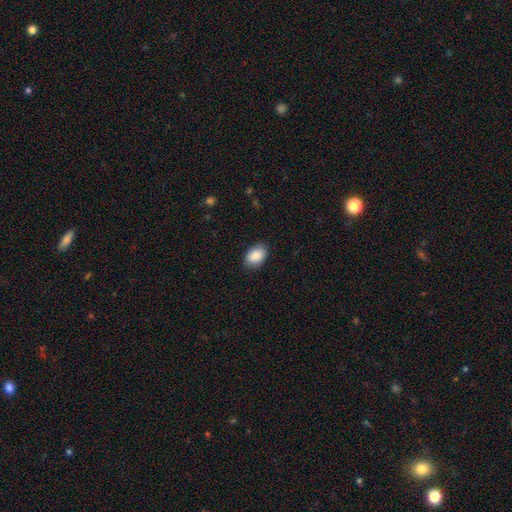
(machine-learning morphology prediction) This appears to be a smooth galaxy with no disk features (89%) that is in between round and cigar-shaped (88%). Merging: none (85%).